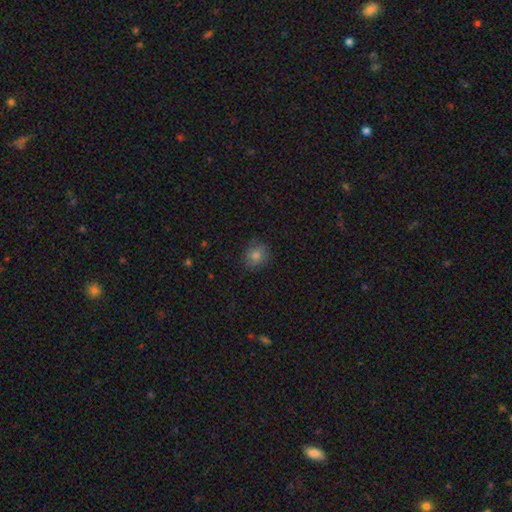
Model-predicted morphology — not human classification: A smooth galaxy with no disk features (79%) that is round (80%).

Vote fractions:
- Smooth or featured? smooth: 79% / star or artifact: 13% / featured or disk: 8%
- How rounded? round: 80% / in between: 19% / cigar-shaped: 1%
- Merging? none: 85% / minor disturbance: 12% / major disturbance: 3% / merger: 1%